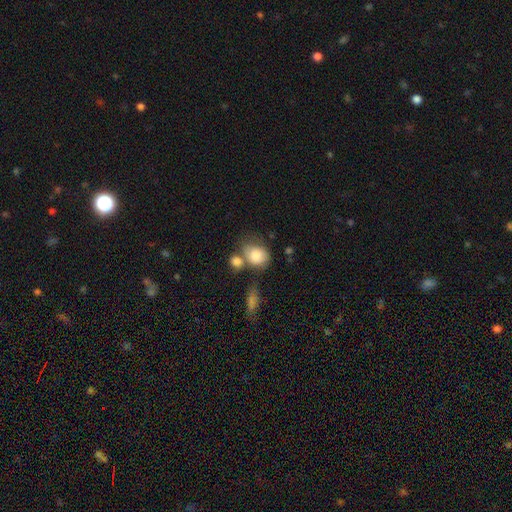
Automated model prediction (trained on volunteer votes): Smooth or featured? Predicted: smooth (p=0.82). How rounded? Predicted: in between (p=0.52). Merging? Predicted: none (p=0.38).